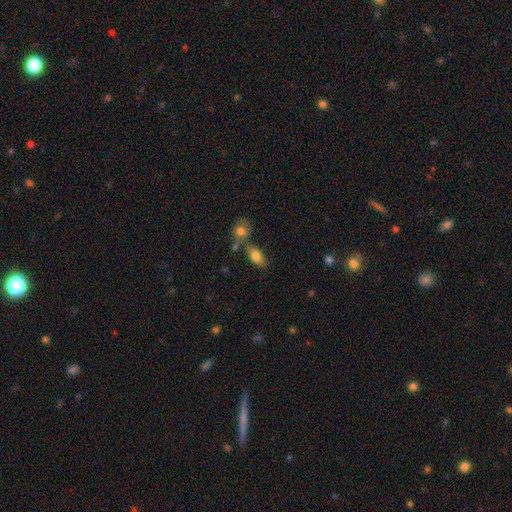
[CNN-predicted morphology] The model was most divided on "merging": none: 54%, merger: 27%, minor disturbance: 14%, major disturbance: 5%. More confident: how rounded — in between (88%); smooth or featured — smooth (80%).